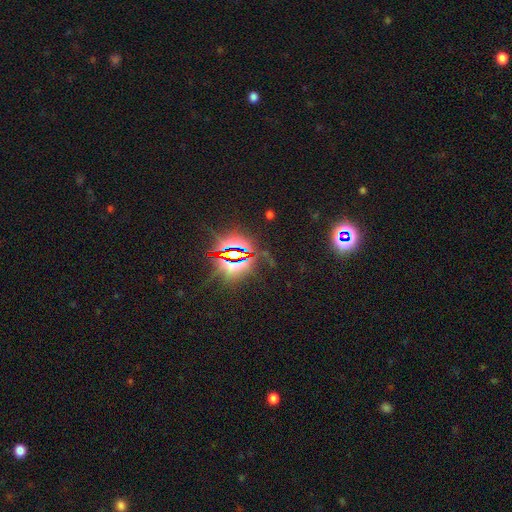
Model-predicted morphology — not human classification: A star or artifact, not a galaxy (85%).

Vote fractions:
- Smooth or featured? star or artifact: 85% / smooth: 8% / featured or disk: 6%